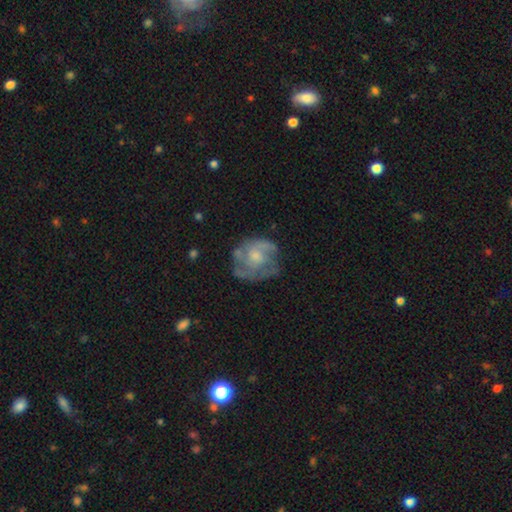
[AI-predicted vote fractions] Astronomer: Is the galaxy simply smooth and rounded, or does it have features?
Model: featured or disk — 74%.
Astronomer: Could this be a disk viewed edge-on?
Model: no — 98%.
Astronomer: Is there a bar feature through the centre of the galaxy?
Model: no — 74%.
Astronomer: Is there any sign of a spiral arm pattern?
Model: yes — 84%.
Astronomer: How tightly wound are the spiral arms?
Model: medium — 43% (runner-up: tight, 41%).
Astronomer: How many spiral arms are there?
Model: can't tell — 30% (runner-up: 3, 28%).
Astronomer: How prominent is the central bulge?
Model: small — 46% (runner-up: moderate, 41%).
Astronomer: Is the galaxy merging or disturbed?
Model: none — 63%.